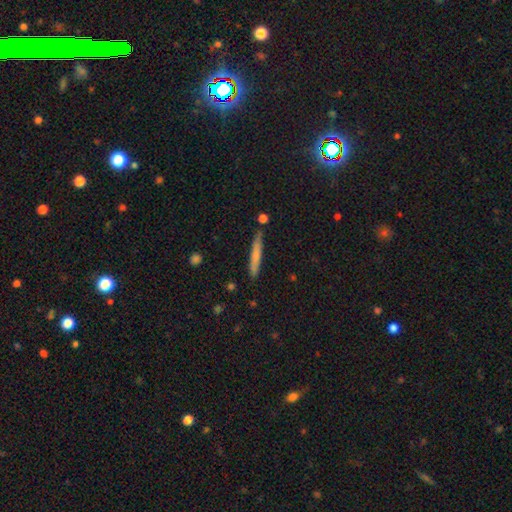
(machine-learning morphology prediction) A smooth galaxy with no disk features (66%) that is cigar-shaped (95%). Merging: none (85%).